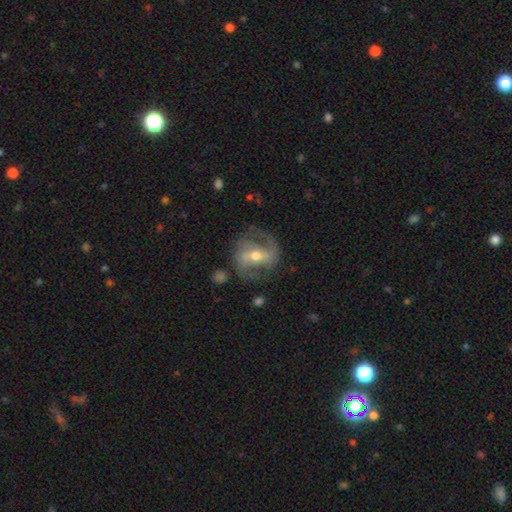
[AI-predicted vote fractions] Smooth or featured: featured or disk — 84% (smooth — 10%)
Edge-on disk: no — 96% (yes — 4%)
Bar: strong — 47% (weak — 35%)
Spiral arms: yes — 93% (no — 7%)
Spiral winding: medium — 50% (loose — 30%)
Spiral arm count: 2 — 84% (can't tell — 6%)
Bulge size: moderate — 64% (small — 30%)
Merging: none — 73% (minor disturbance — 16%)